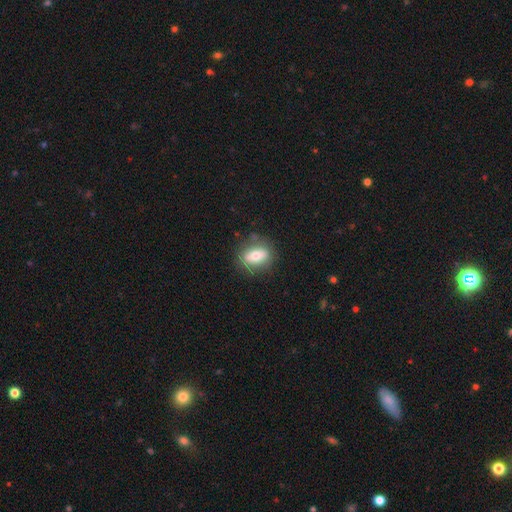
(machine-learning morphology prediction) smooth_or_featured: smooth (p=0.65) [alt: featured or disk p=0.27]
how_rounded: in between (p=0.72) [alt: round p=0.22]
merging: none (p=0.80) [alt: minor disturbance p=0.14]